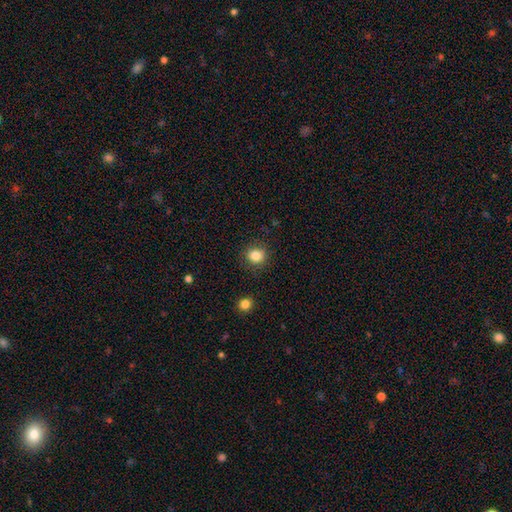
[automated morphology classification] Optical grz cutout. It shows a smooth galaxy with no disk features (84%) that is round (83%). Merging: none (86%).